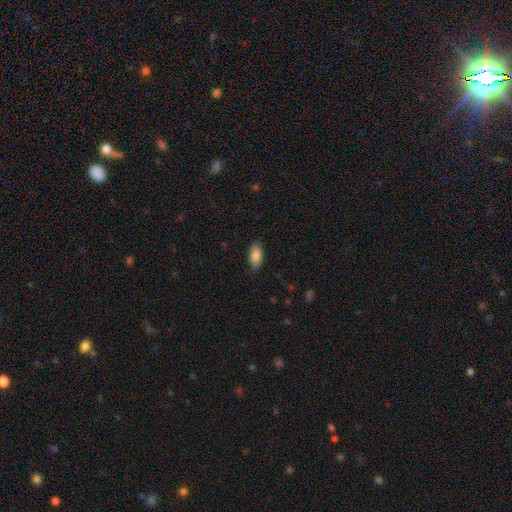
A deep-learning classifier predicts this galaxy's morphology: type=smooth (87%); roundness=in between (91%); merging=none (87%).